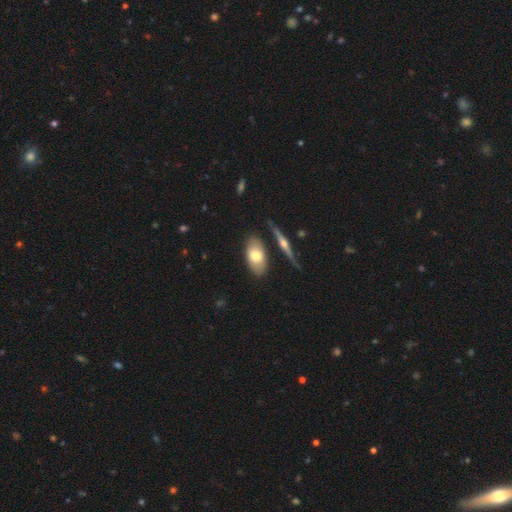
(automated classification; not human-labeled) smooth 68%, featured or disk 26%, star or artifact 6%. Down the decision tree: how rounded — in between (91%); merging — none (74%).